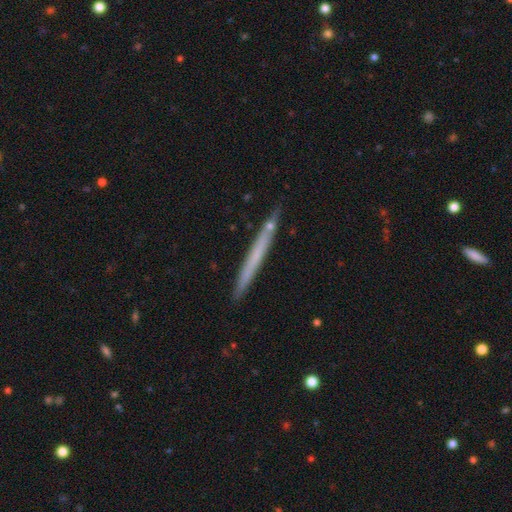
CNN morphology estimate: Smooth or featured?
  - smooth: 52% *
  - featured or disk: 42%
  - star or artifact: 6%
How rounded?
  - cigar-shaped: 97% *
  - in between: 2%
  - round: 1%
Merging?
  - none: 84% *
  - minor disturbance: 11%
  - merger: 3%
  - major disturbance: 2%